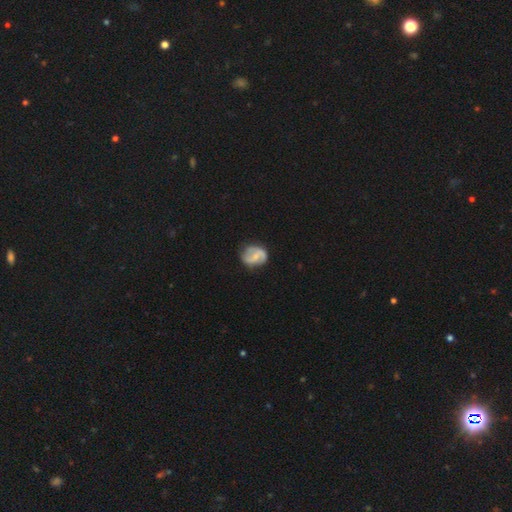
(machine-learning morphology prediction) smooth_or_featured: featured or disk (p=0.67) [alt: smooth p=0.27]
disk_edge_on: no (p=0.97) [alt: yes p=0.03]
bar: weak (p=0.47) [alt: no p=0.32]
has_spiral_arms: yes (p=0.85) [alt: no p=0.15]
spiral_winding: medium (p=0.41) [alt: loose p=0.39]
spiral_arm_count: 2 (p=0.83) [alt: can't tell p=0.09]
bulge_size: small (p=0.56) [alt: moderate p=0.30]
merging: none (p=0.68) [alt: minor disturbance p=0.23]